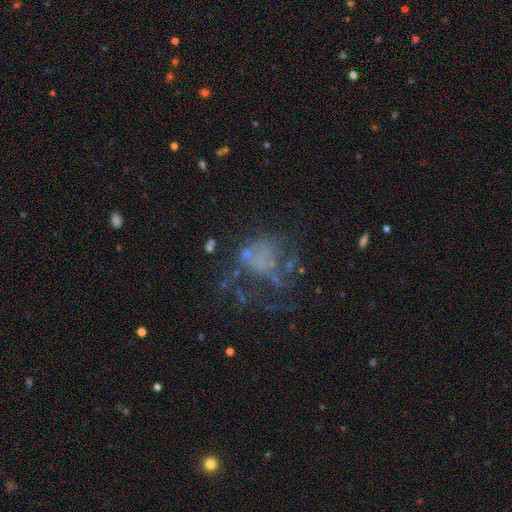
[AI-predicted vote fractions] This appears to be a featured or disk galaxy (51%). Merging: major disturbance (38%, tied with none).